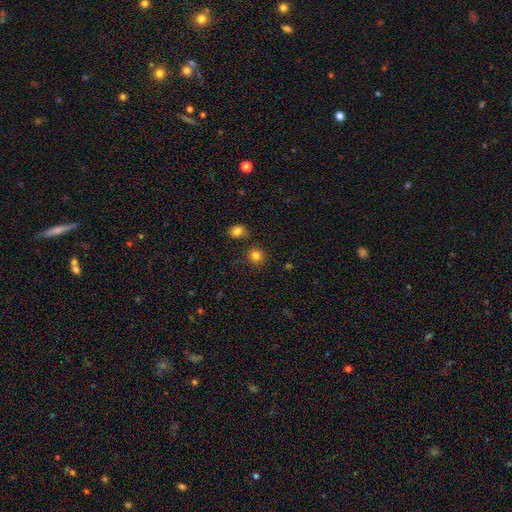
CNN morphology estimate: Smooth or featured? Predicted: smooth (p=0.83). How rounded? Predicted: round (p=0.91). Merging? Predicted: none (p=0.85).